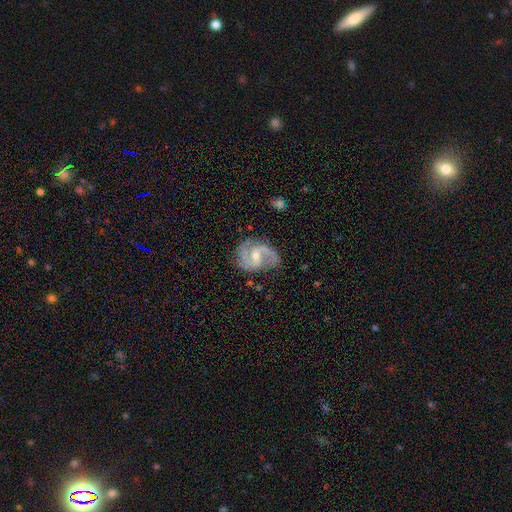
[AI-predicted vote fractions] A featured or disk galaxy (89%) with a weak bar (49%), 2 (81%) medium (54%) spiral arms (97%) and a moderate central bulge (48%, tied with small). Merging: none (67%).